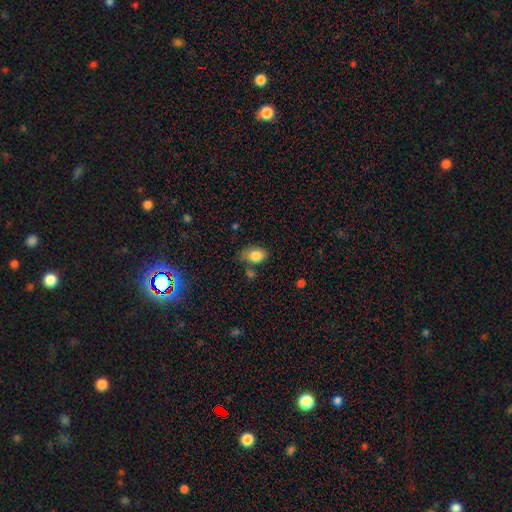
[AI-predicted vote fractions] This appears to be a smooth galaxy with no disk features (83%) that is in between round and cigar-shaped (86%). Merging: none (58%).